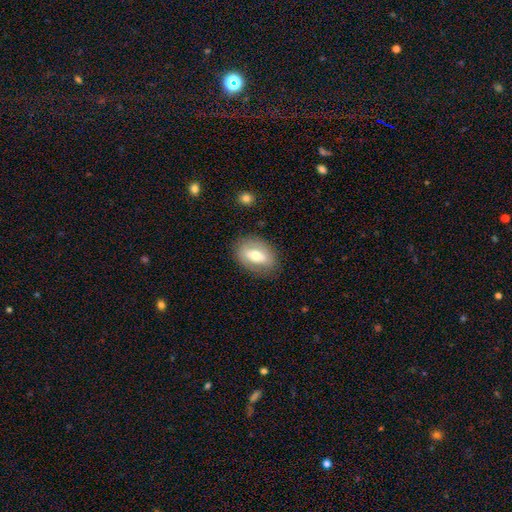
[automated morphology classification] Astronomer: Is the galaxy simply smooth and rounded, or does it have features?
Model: smooth — 56% (runner-up: featured or disk, 36%).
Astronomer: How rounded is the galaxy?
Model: in between — 84%.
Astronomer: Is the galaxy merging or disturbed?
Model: none — 80%.